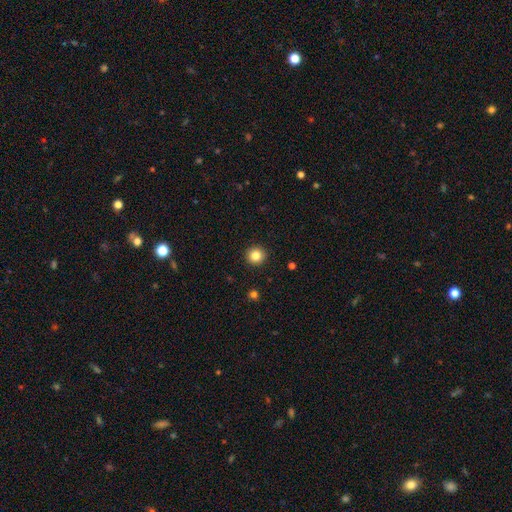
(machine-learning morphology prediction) smooth 84%, star or artifact 11%, featured or disk 5%. Down the decision tree: how rounded — round (94%); merging — none (93%).